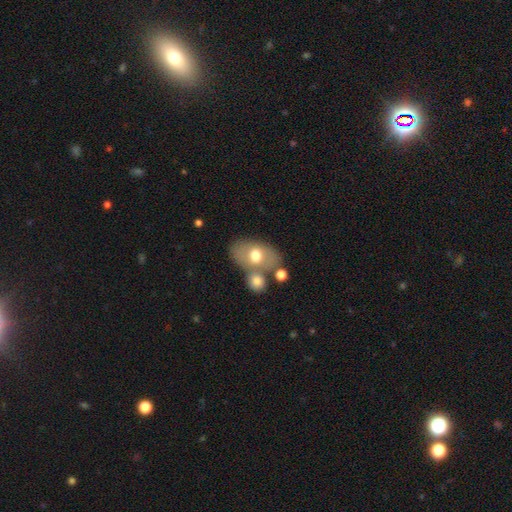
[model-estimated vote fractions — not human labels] A smooth galaxy with no disk features (63%) that is in between round and cigar-shaped (85%). Merging: none (54%).